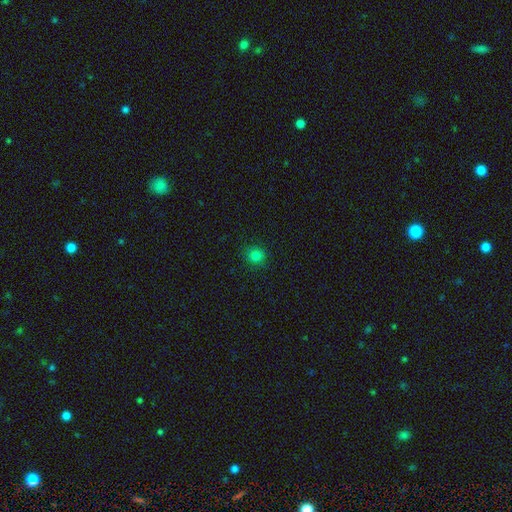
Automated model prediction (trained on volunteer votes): Overall: smooth (80%). How rounded: round (87%). Merging: none (90%).